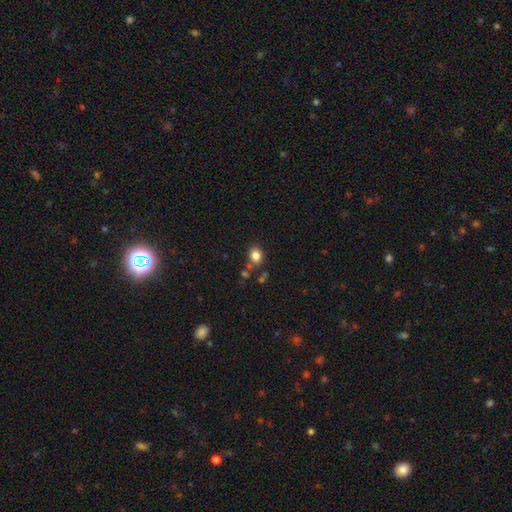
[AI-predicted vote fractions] Smooth or featured? smooth (83%)
How rounded? round (62%)
Merging? none (72%)